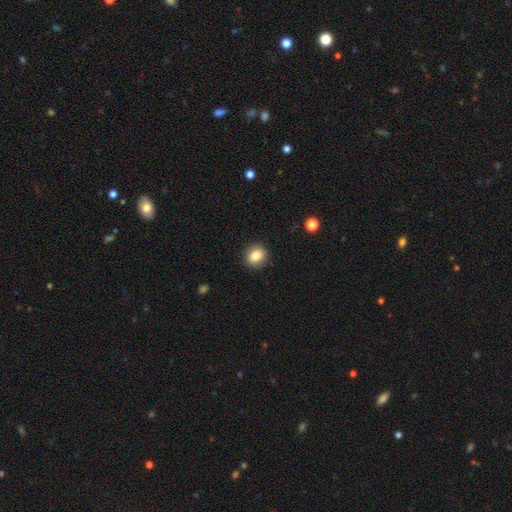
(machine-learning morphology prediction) smooth-or-featured: smooth: 84% | star or artifact: 9% | featured or disk: 7%
  how-rounded: round: 71% | in between: 28% | cigar-shaped: 1%
  merging: none: 89% | minor disturbance: 8% | major disturbance: 2% | merger: 1%